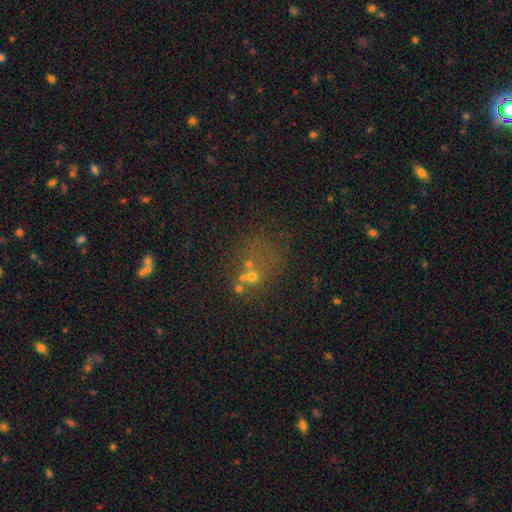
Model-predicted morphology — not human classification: smooth_or_featured: star or artifact (p=0.44) [alt: smooth p=0.38]